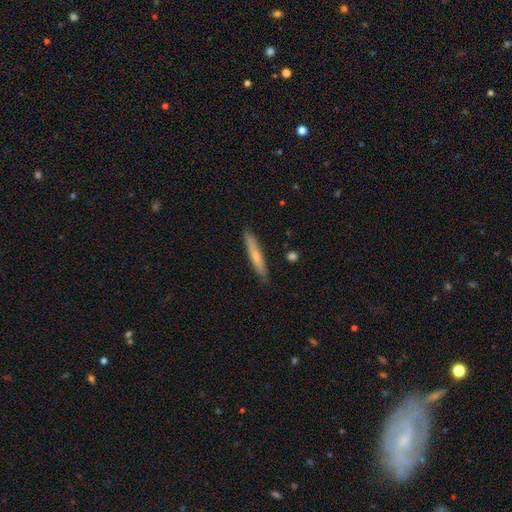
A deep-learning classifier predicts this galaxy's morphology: Smooth or featured?
  - smooth: 57% *
  - featured or disk: 37%
  - star or artifact: 6%
How rounded?
  - cigar-shaped: 92% *
  - in between: 6%
  - round: 1%
Merging?
  - none: 86% *
  - minor disturbance: 10%
  - major disturbance: 2%
  - merger: 1%